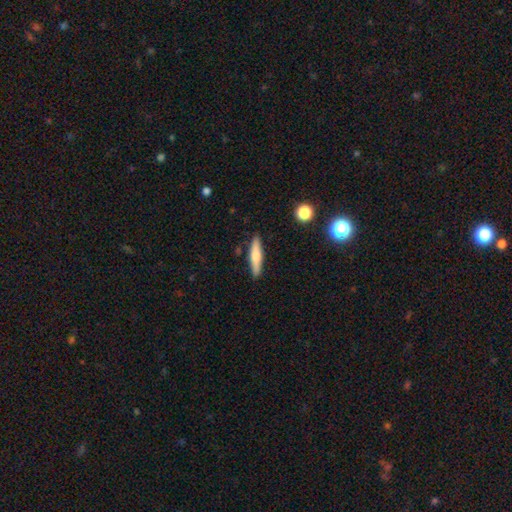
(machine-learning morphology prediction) This appears to be a smooth galaxy with no disk features (60%) that is cigar-shaped (83%). Merging: none (88%).